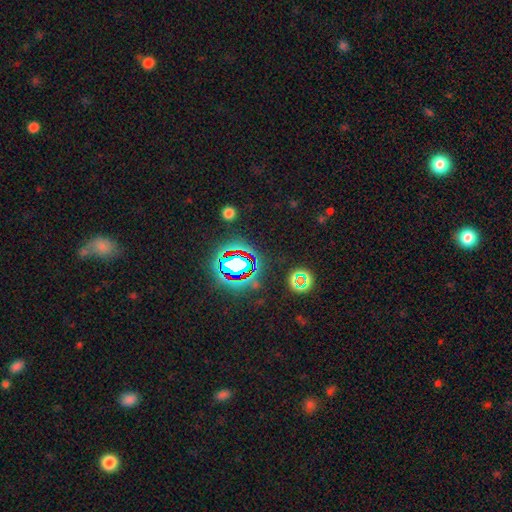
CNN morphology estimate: Q: Smooth or featured?
A: star or artifact (77%); runner-up: smooth (14%)